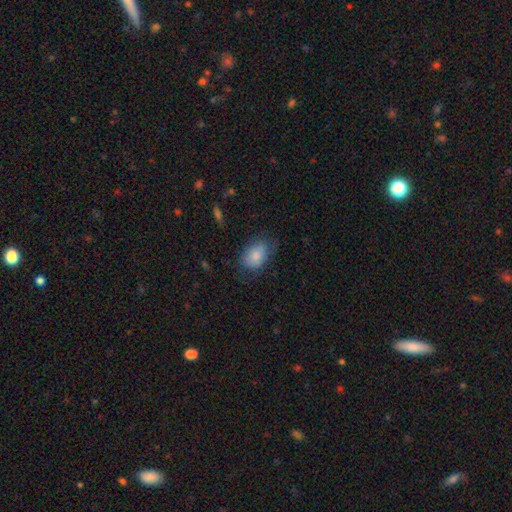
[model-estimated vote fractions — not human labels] Smooth or featured: smooth — 82% (featured or disk — 11%)
How rounded: in between — 84% (round — 15%)
Merging: none — 61% (minor disturbance — 27%)